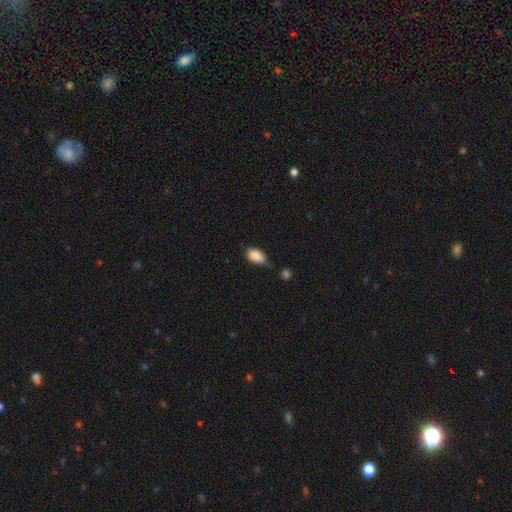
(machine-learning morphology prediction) type=smooth (88%); roundness=in between (89%); merging=none (55%).